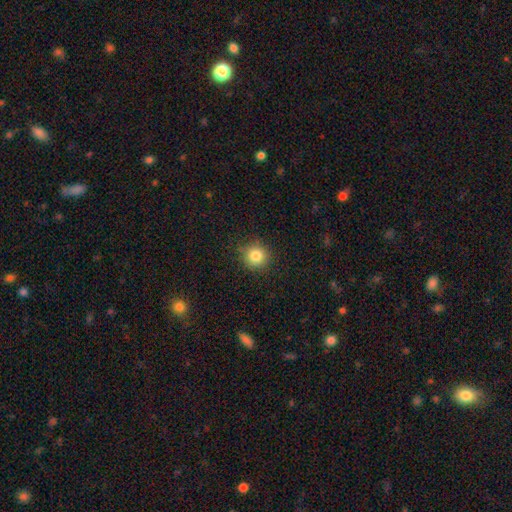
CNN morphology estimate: Overall: smooth (83%). How rounded: round (93%). Merging: none (89%).